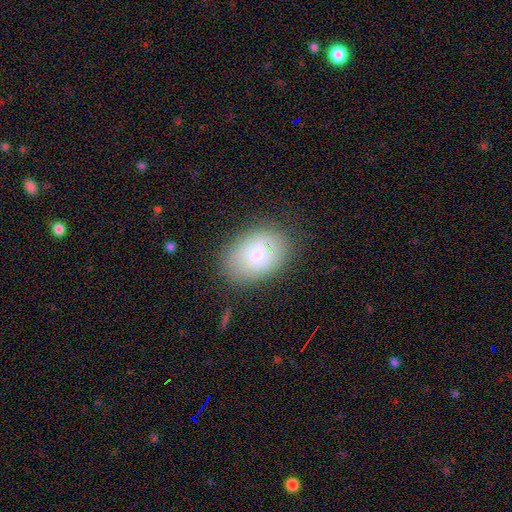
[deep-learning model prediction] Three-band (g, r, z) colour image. It shows a smooth galaxy with no disk features (68%) that is in between round and cigar-shaped (78%). Merging: none (69%).